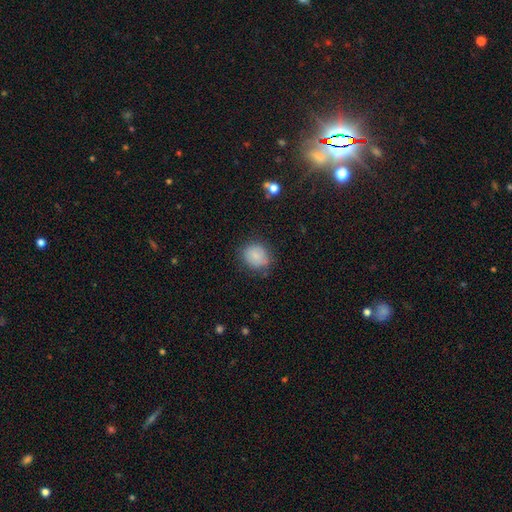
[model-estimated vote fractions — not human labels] Smooth or featured: smooth — 82% (featured or disk — 10%)
How rounded: round — 72% (in between — 27%)
Merging: none — 77% (minor disturbance — 17%)